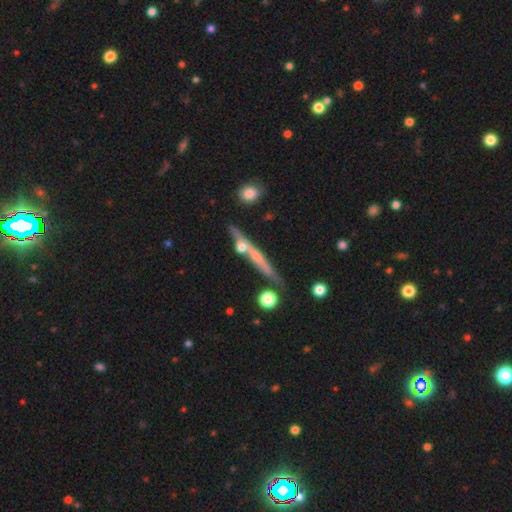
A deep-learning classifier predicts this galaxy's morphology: Q: Smooth or featured?
A: featured or disk (61%); runner-up: smooth (31%)
Q: Edge-on disk?
A: yes (94%); runner-up: no (6%)
Q: Edge-on bulge?
A: none (55%); runner-up: rounded (38%)
Q: Merging?
A: none (74%); runner-up: minor disturbance (13%)